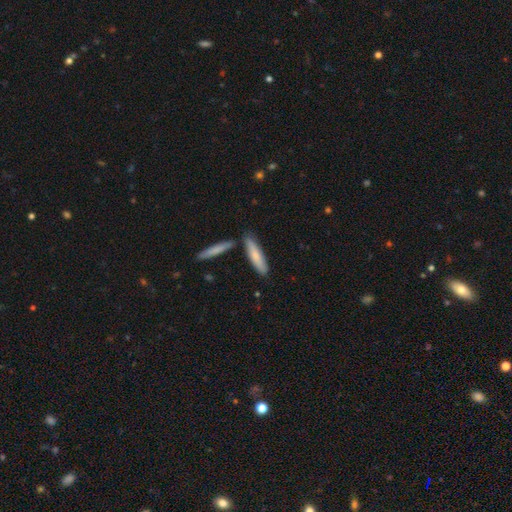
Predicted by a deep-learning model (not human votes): A smooth galaxy with no disk features (74%) that is cigar-shaped (77%).

Vote fractions:
- Smooth or featured? smooth: 74% / featured or disk: 20% / star or artifact: 5%
- How rounded? cigar-shaped: 77% / in between: 22% / round: 2%
- Merging? none: 75% / minor disturbance: 12% / merger: 10% / major disturbance: 2%